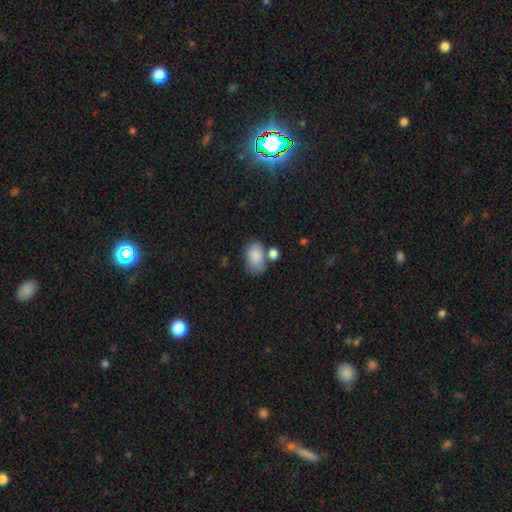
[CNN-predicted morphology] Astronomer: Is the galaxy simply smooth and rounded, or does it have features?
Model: smooth — 84%.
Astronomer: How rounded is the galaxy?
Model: in between — 87%.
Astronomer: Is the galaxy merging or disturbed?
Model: none — 50%.